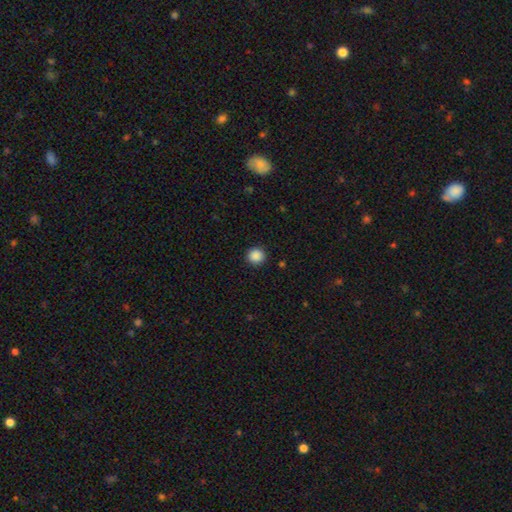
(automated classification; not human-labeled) Overall: smooth (88%). How rounded: round (94%). Merging: none (92%).